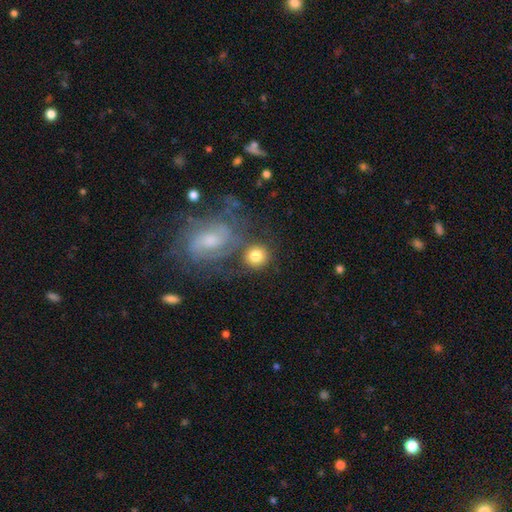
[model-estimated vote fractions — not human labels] This appears to be a smooth galaxy with no disk features (75%) that is round (87%). Merging: none (61%).